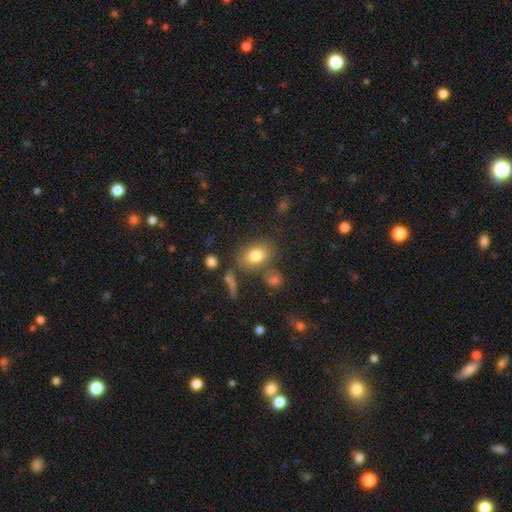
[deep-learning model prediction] smooth_or_featured: smooth (p=0.79) [alt: featured or disk p=0.11]
how_rounded: in between (p=0.74) [alt: round p=0.24]
merging: none (p=0.70) [alt: minor disturbance p=0.14]